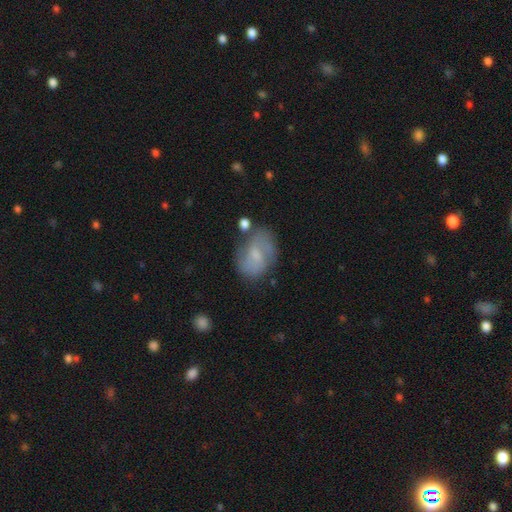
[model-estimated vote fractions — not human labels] This appears to be a featured or disk galaxy (53%) with a weak bar (49%), spiral arms (78%) and a small central bulge (52%). Merging: none (61%).